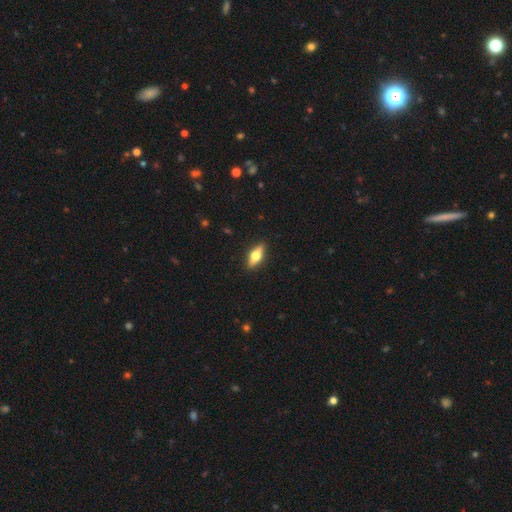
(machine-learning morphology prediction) Q: Smooth or featured?
A: smooth (53%); runner-up: featured or disk (41%)
Q: How rounded?
A: in between (64%); runner-up: cigar-shaped (31%)
Q: Merging?
A: none (90%); runner-up: minor disturbance (8%)